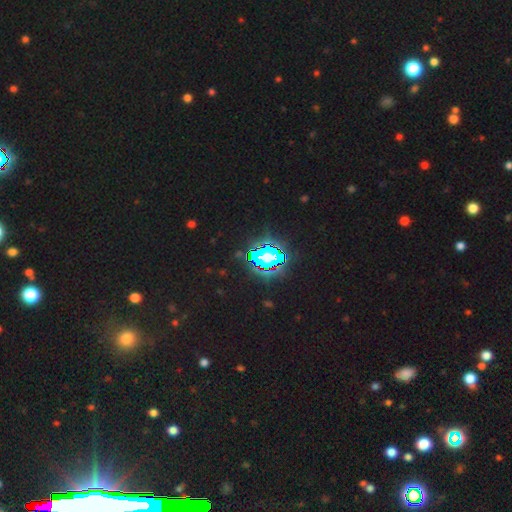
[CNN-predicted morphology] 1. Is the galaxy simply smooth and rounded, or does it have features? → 81% star or artifact, 12% smooth, 7% featured or disk.